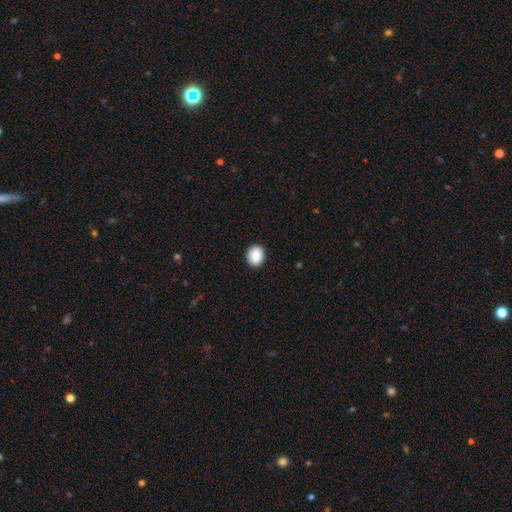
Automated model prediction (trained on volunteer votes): A smooth galaxy with no disk features (86%) that is round (68%).

Vote fractions:
- Smooth or featured? smooth: 86% / star or artifact: 8% / featured or disk: 6%
- How rounded? round: 68% / in between: 31% / cigar-shaped: 1%
- Merging? none: 90% / minor disturbance: 7% / major disturbance: 2% / merger: 1%